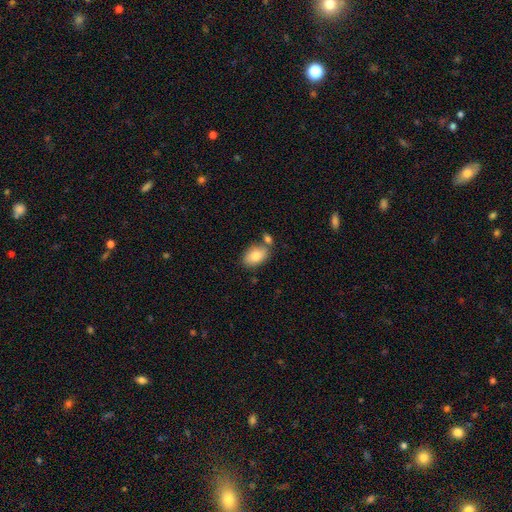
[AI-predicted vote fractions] A smooth galaxy with no disk features (82%) that is in between round and cigar-shaped (90%). Merging: none (62%).